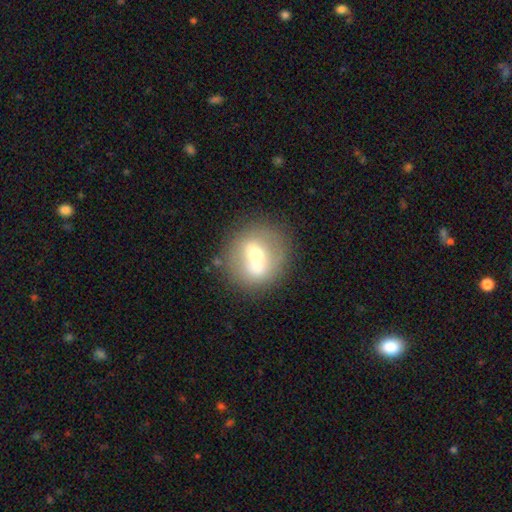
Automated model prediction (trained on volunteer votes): Smooth or featured? smooth (48%)
Merging? none (66%)